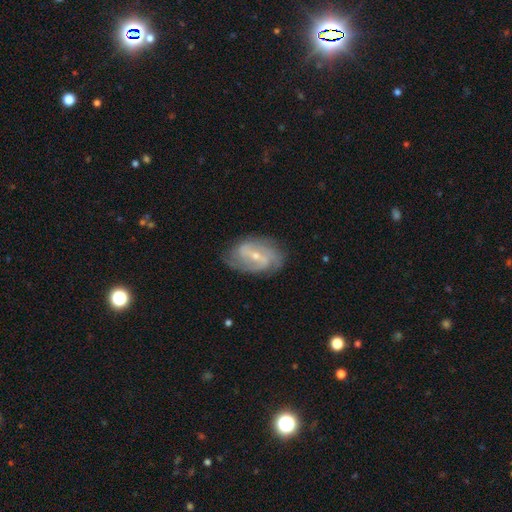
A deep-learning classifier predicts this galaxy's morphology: Q: Smooth or featured?
A: featured or disk (85%); runner-up: smooth (9%)
Q: Edge-on disk?
A: no (96%); runner-up: yes (4%)
Q: Bar?
A: weak (47%); runner-up: strong (32%)
Q: Spiral arms?
A: yes (95%); runner-up: no (5%)
Q: Spiral winding?
A: medium (44%); runner-up: tight (39%)
Q: Spiral arm count?
A: 2 (46%); runner-up: 3 (21%)
Q: Bulge size?
A: small (64%); runner-up: moderate (33%)
Q: Merging?
A: none (75%); runner-up: minor disturbance (18%)